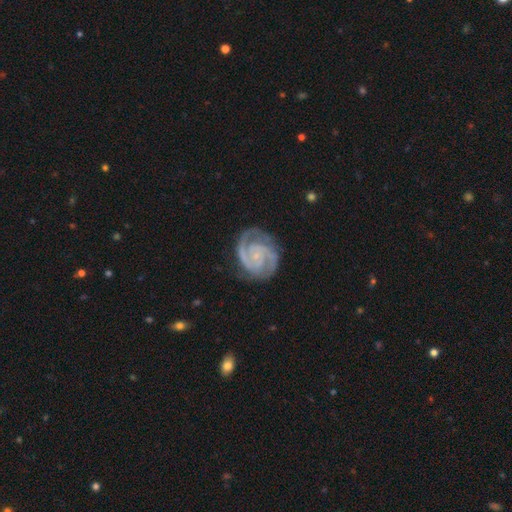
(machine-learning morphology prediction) Q: Smooth or featured?
A: featured or disk (91%); runner-up: smooth (5%)
Q: Edge-on disk?
A: no (98%); runner-up: yes (2%)
Q: Bar?
A: no (62%); runner-up: weak (30%)
Q: Spiral arms?
A: yes (98%); runner-up: no (2%)
Q: Spiral winding?
A: tight (57%); runner-up: medium (37%)
Q: Spiral arm count?
A: 2 (76%); runner-up: 3 (11%)
Q: Bulge size?
A: small (75%); runner-up: none (13%)
Q: Merging?
A: none (77%); runner-up: minor disturbance (16%)